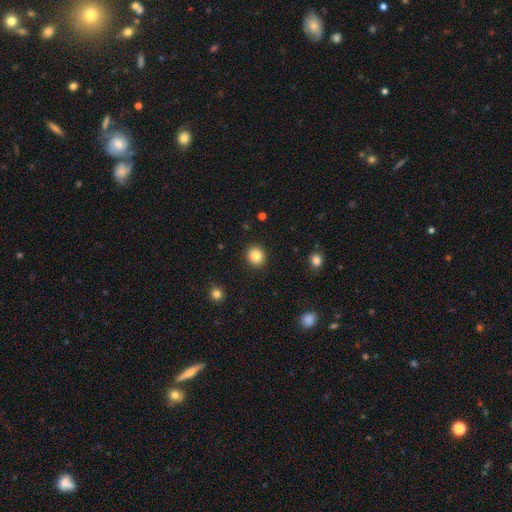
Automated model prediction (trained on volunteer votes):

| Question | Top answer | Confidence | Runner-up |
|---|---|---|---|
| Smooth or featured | smooth | 86% | star or artifact (9%) |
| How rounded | round | 85% | in between (15%) |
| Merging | none | 91% | minor disturbance (6%) |